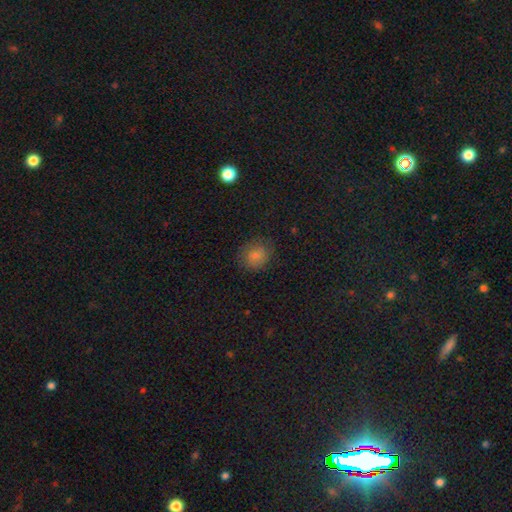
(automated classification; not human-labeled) smooth_or_featured: smooth (p=0.76) [alt: featured or disk p=0.13]
how_rounded: round (p=0.73) [alt: in between p=0.26]
merging: none (p=0.76) [alt: minor disturbance p=0.17]